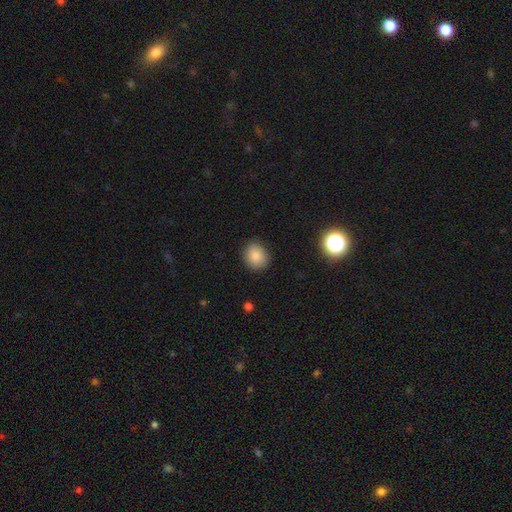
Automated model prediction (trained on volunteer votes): This is clearly a smooth galaxy (85%). How rounded: likely round (74%). Merging: clearly none (85%).